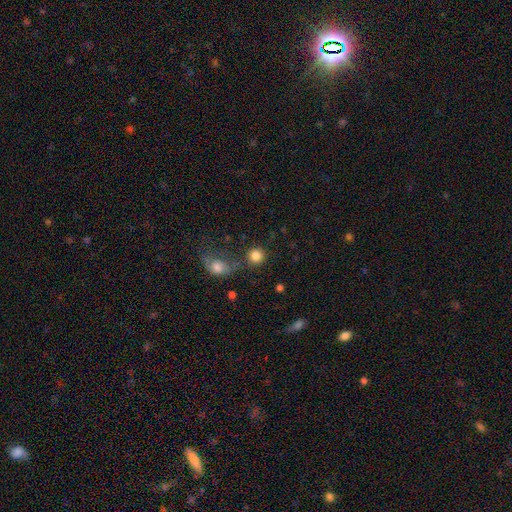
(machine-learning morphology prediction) Smooth or featured? smooth (84%)
How rounded? round (91%)
Merging? none (75%)